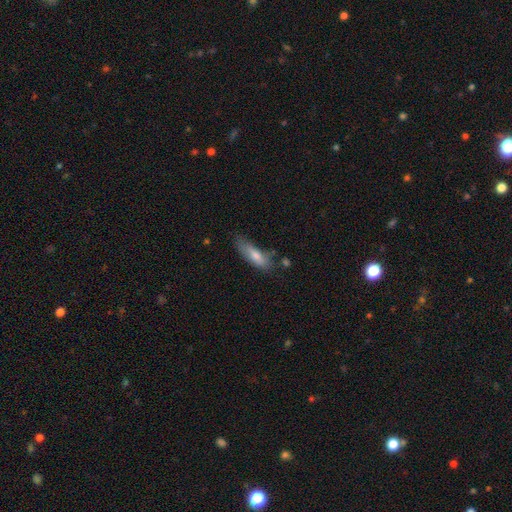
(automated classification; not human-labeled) A smooth galaxy with no disk features (75%) that is in between round and cigar-shaped (56%). Merging: none (53%).